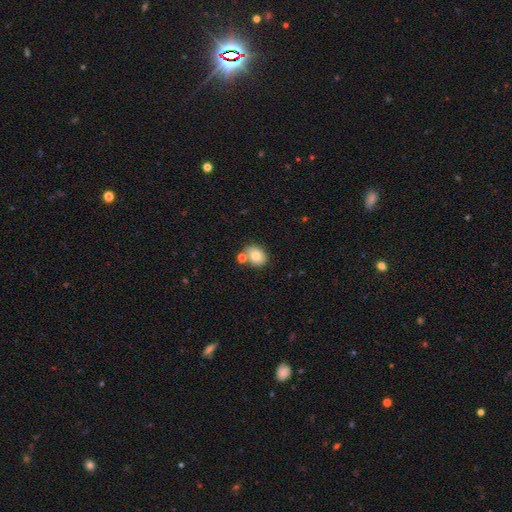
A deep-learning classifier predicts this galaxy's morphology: Smooth or featured: smooth — 78% (featured or disk — 13%)
How rounded: in between — 61% (round — 38%)
Merging: none — 64% (merger — 19%)